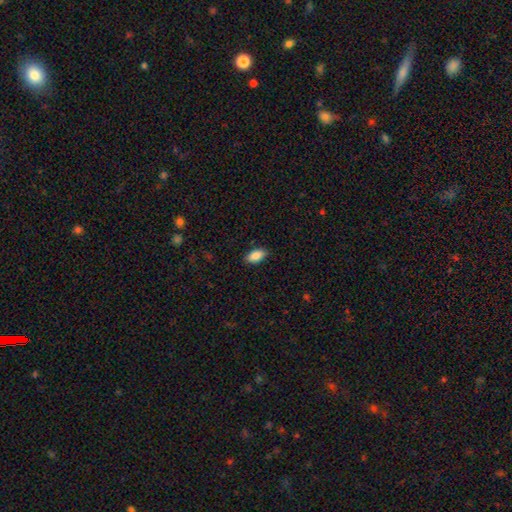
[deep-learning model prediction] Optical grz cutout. It shows a smooth galaxy with no disk features (86%) that is in between round and cigar-shaped (92%). Merging: none (87%).